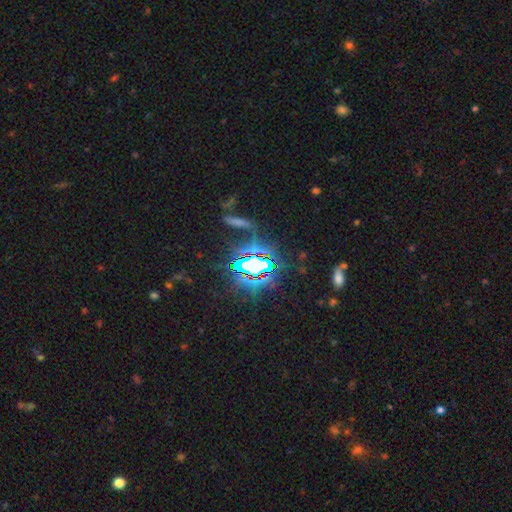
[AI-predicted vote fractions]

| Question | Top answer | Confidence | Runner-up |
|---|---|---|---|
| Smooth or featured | star or artifact | 81% | smooth (10%) |